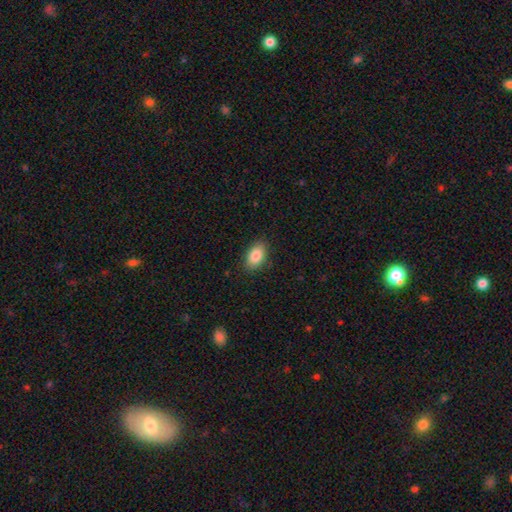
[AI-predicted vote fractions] smooth-or-featured: smooth: 86% | star or artifact: 7% | featured or disk: 7%
  how-rounded: in between: 91% | round: 7% | cigar-shaped: 2%
  merging: none: 87% | minor disturbance: 10% | major disturbance: 2% | merger: 1%